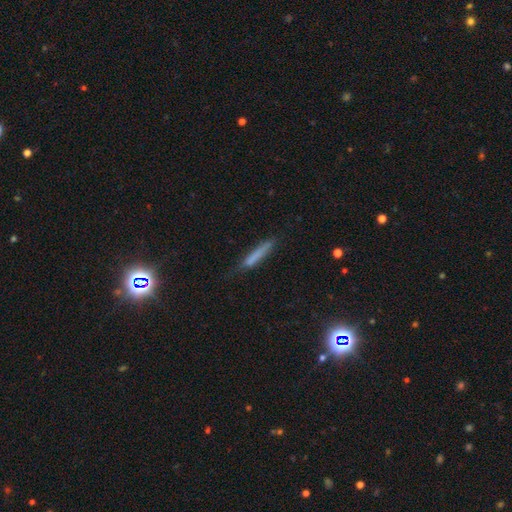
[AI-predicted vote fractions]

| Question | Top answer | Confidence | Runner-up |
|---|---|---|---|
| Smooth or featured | smooth | 72% | featured or disk (19%) |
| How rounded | cigar-shaped | 95% | in between (4%) |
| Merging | none | 76% | minor disturbance (18%) |